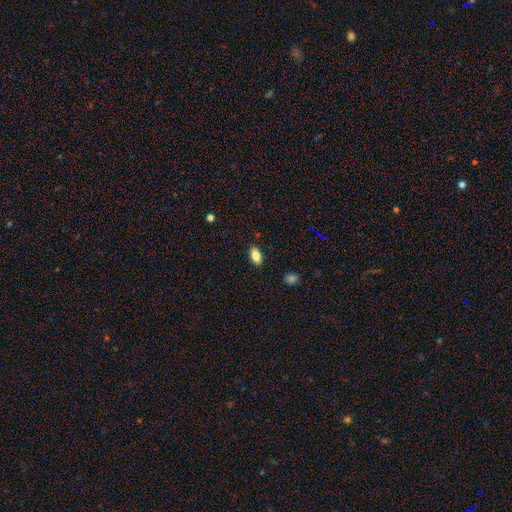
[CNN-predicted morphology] This appears to be a smooth galaxy with no disk features (82%) that is in between round and cigar-shaped (90%). Merging: none (88%).